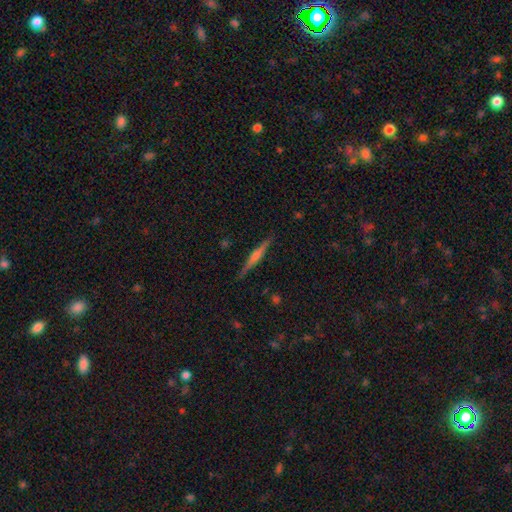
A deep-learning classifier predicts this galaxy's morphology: smooth_or_featured: featured or disk (p=0.75) [alt: smooth p=0.18]
disk_edge_on: yes (p=0.98) [alt: no p=0.02]
edge_on_bulge: rounded (p=0.76) [alt: none p=0.13]
merging: none (p=0.91) [alt: minor disturbance p=0.06]